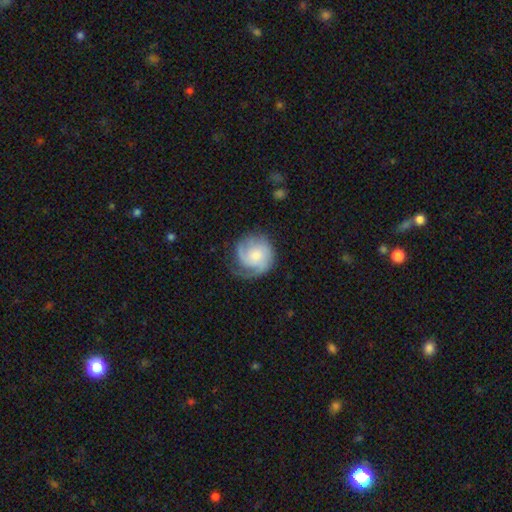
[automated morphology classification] Smooth or featured: featured or disk — 63% (smooth — 31%)
Edge-on disk: no — 98% (yes — 2%)
Bar: no — 71% (weak — 25%)
Spiral arms: yes — 92% (no — 8%)
Spiral winding: tight — 47% (medium — 37%)
Spiral arm count: 2 — 31% (can't tell — 23%)
Bulge size: moderate — 39% (small — 36%)
Merging: none — 62% (minor disturbance — 23%)